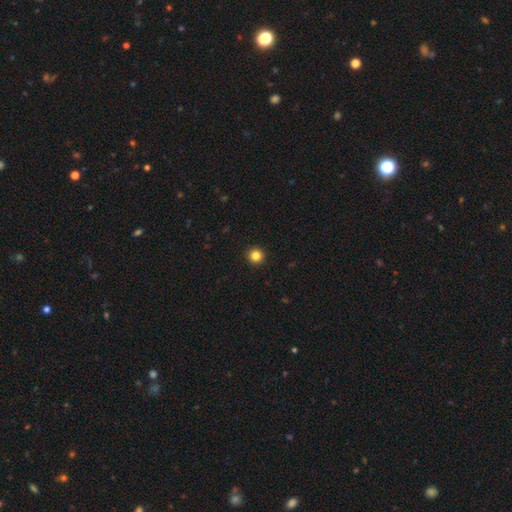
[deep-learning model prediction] Smooth or featured?
  - smooth: 84% *
  - star or artifact: 12%
  - featured or disk: 4%
How rounded?
  - round: 96% *
  - in between: 3%
  - cigar-shaped: 1%
Merging?
  - none: 94% *
  - minor disturbance: 4%
  - major disturbance: 1%
  - merger: 1%